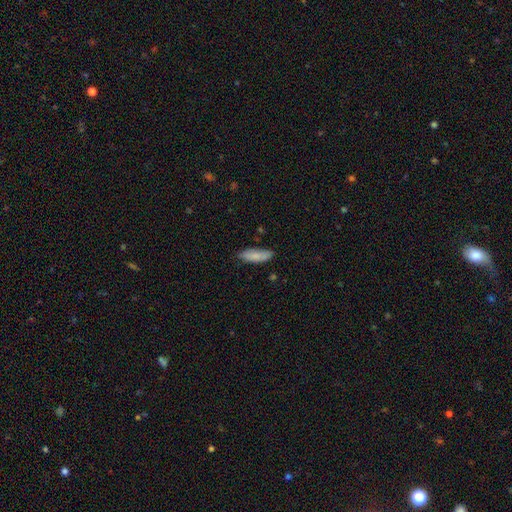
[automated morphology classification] The model was most divided on "how rounded": in between: 61%, cigar-shaped: 38%, round: 2%. More confident: smooth or featured — smooth (83%); merging — none (76%).